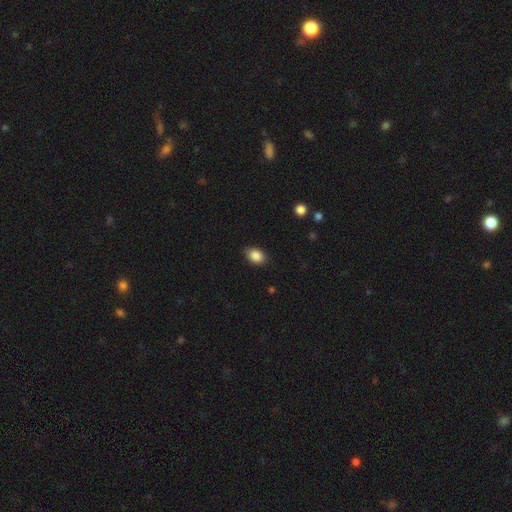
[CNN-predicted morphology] Smooth or featured: smooth — 87% (star or artifact — 8%)
How rounded: in between — 80% (round — 19%)
Merging: none — 85% (minor disturbance — 12%)